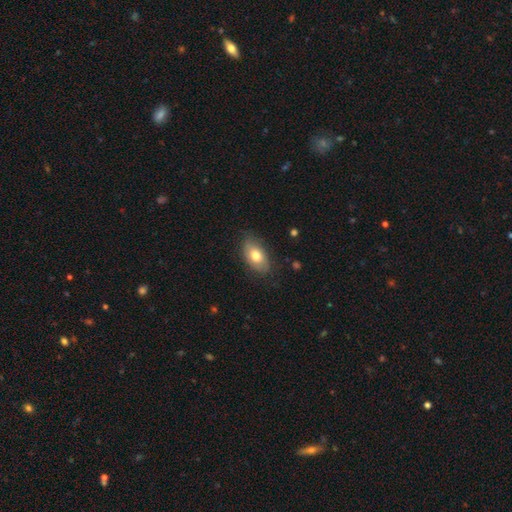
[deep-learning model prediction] Smooth or featured? smooth (74%)
How rounded? in between (91%)
Merging? none (79%)